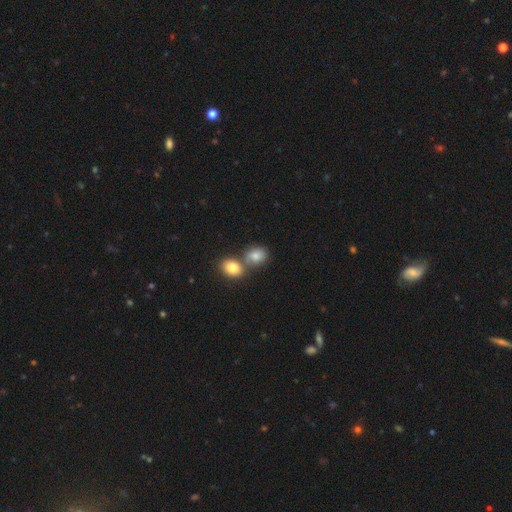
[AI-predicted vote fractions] Smooth or featured? Predicted: smooth (p=0.80). How rounded? Predicted: in between (p=0.51). Merging? Predicted: none (p=0.44).